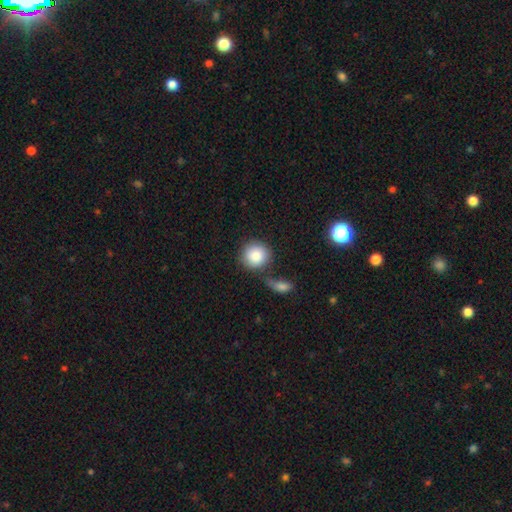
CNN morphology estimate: Smooth or featured?
  - smooth: 86% *
  - star or artifact: 7%
  - featured or disk: 7%
How rounded?
  - round: 90% *
  - in between: 9%
  - cigar-shaped: 1%
Merging?
  - none: 64% *
  - merger: 18%
  - minor disturbance: 12%
  - major disturbance: 6%